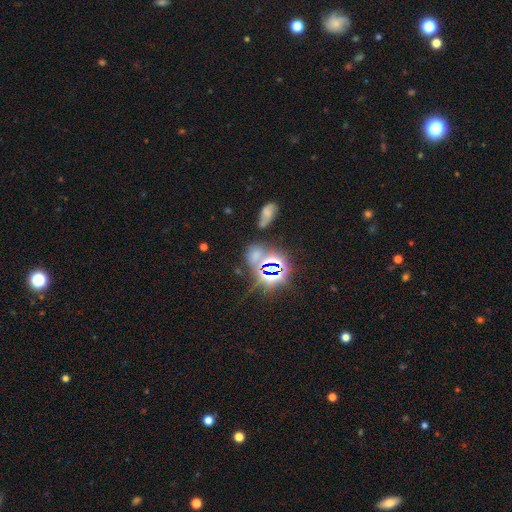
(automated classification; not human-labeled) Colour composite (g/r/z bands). It shows a star or artifact, not a galaxy (62%).